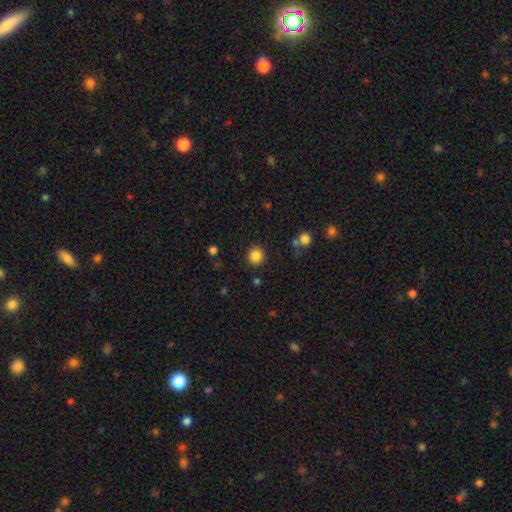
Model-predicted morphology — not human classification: A smooth galaxy with no disk features (85%) that is round (89%). Merging: none (87%).